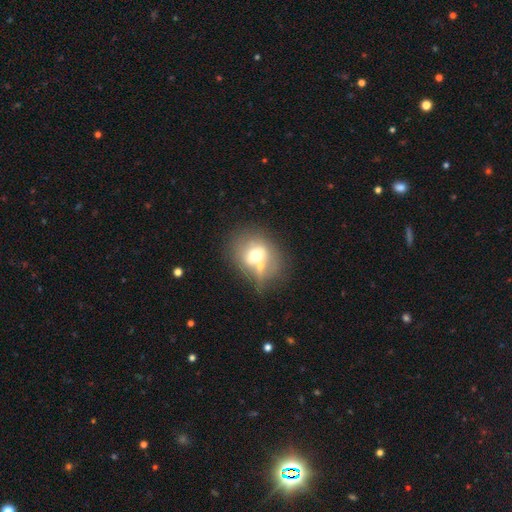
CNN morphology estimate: Smooth or featured?
  - smooth: 55% *
  - featured or disk: 34%
  - star or artifact: 10%
How rounded?
  - round: 63% *
  - in between: 35%
  - cigar-shaped: 1%
Merging?
  - merger: 44% *
  - none: 34%
  - minor disturbance: 14%
  - major disturbance: 8%